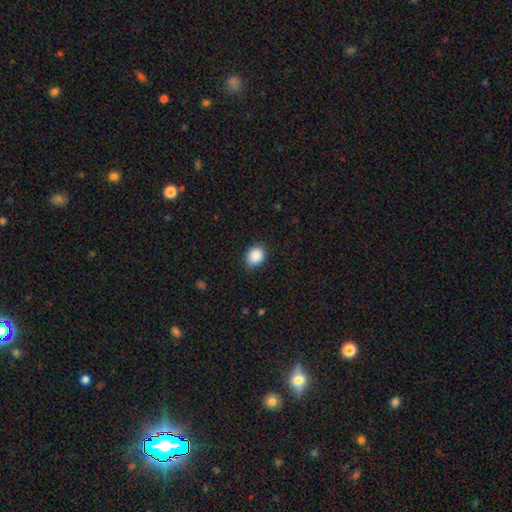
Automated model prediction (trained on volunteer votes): The model was most divided on "how rounded": round: 58%, in between: 41%, cigar-shaped: 1%. More confident: smooth or featured — smooth (89%); merging — none (83%).